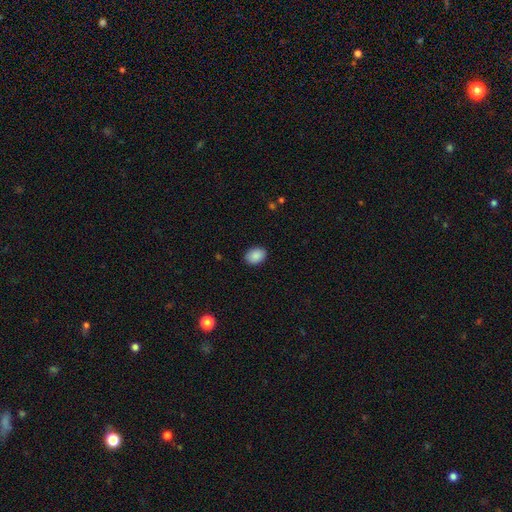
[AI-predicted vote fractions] Smooth or featured: smooth — 89% (star or artifact — 7%)
How rounded: in between — 74% (round — 25%)
Merging: none — 89% (minor disturbance — 8%)